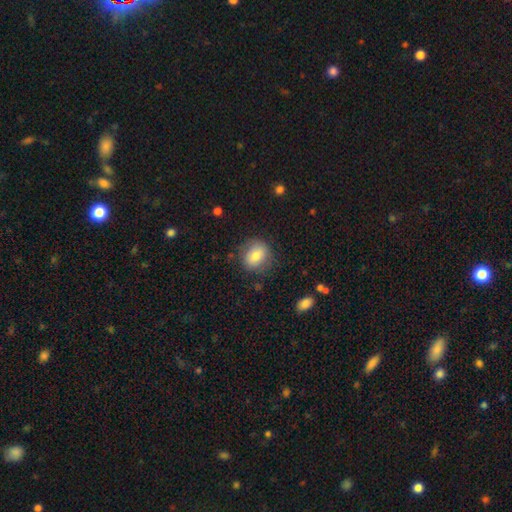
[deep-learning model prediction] Overall: smooth (77%). How rounded: round (64%; in between 35%). Merging: none (78%).